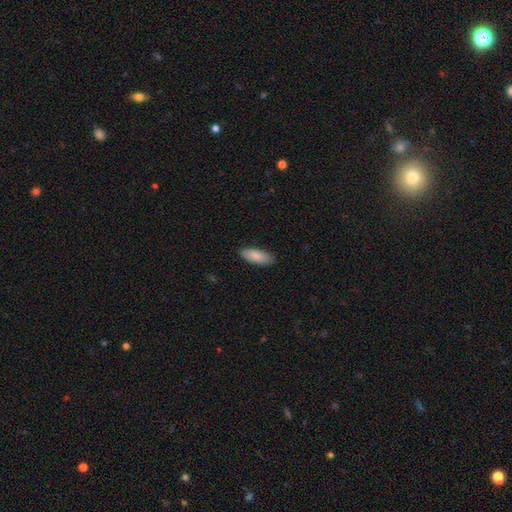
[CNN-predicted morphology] Smooth or featured? smooth (87%)
How rounded? in between (78%)
Merging? none (85%)